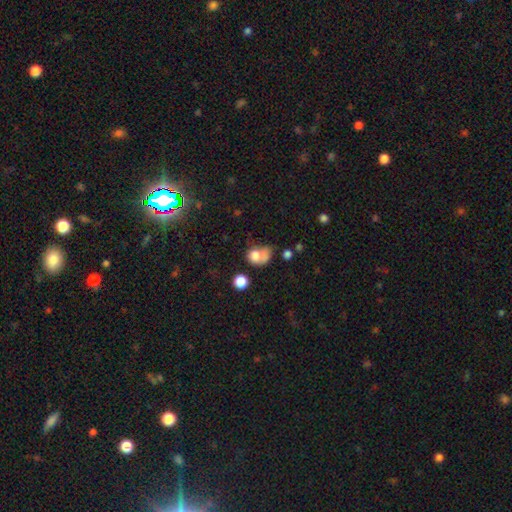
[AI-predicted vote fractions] Smooth or featured: smooth — 74% (featured or disk — 14%)
How rounded: round — 55% (in between — 44%)
Merging: merger — 29% (none — 28%)